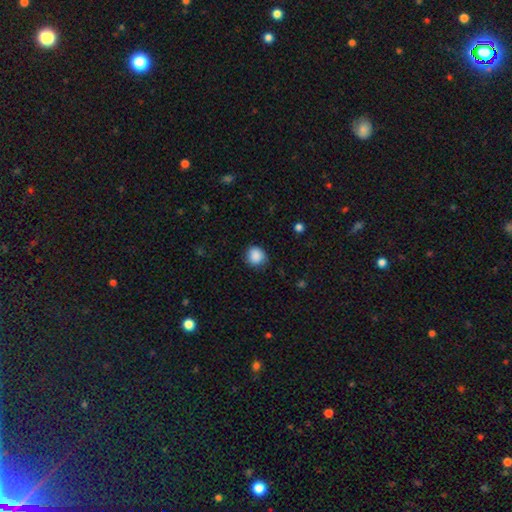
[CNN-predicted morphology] smooth-or-featured: smooth: 88% | star or artifact: 9% | featured or disk: 3%
  how-rounded: round: 87% | in between: 12% | cigar-shaped: 1%
  merging: none: 82% | minor disturbance: 14% | major disturbance: 3% | merger: 1%